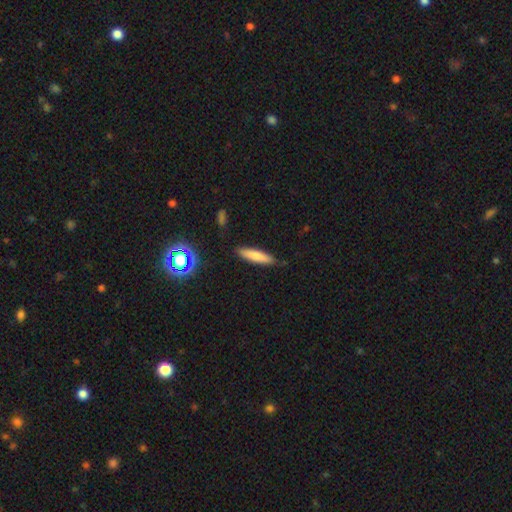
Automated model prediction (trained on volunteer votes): smooth_or_featured: smooth (p=0.76) [alt: featured or disk p=0.16]
how_rounded: cigar-shaped (p=0.78) [alt: in between p=0.20]
merging: none (p=0.85) [alt: minor disturbance p=0.11]